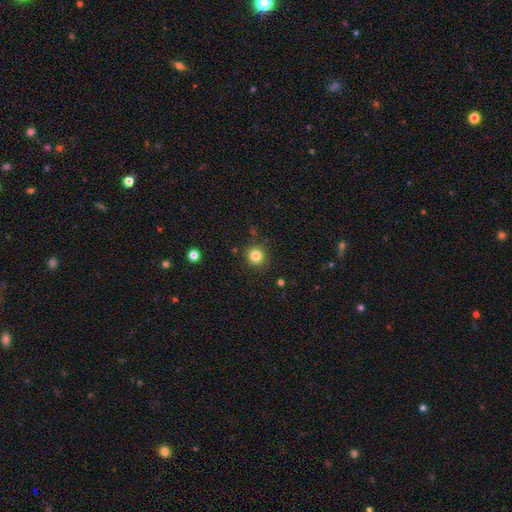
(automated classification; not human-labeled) A smooth galaxy with no disk features (82%) that is round (93%). Merging: none (89%).